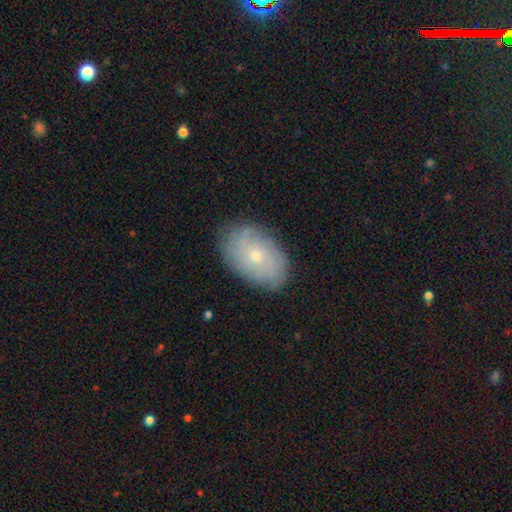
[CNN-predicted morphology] Smooth or featured?
  - featured or disk: 46% * (tied)
  - smooth: 46% * (tied)
  - star or artifact: 8%
Merging?
  - none: 81% *
  - minor disturbance: 14%
  - major disturbance: 4%
  - merger: 1%